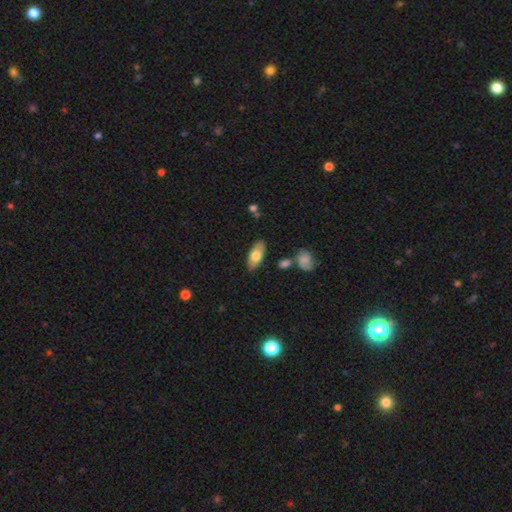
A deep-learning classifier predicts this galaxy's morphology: Smooth or featured? smooth (70%)
How rounded? in between (87%)
Merging? none (80%)